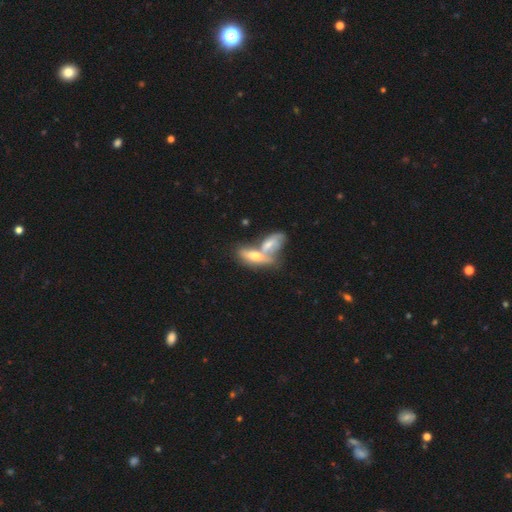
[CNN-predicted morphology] Overall: smooth (56%; featured or disk 36%). How rounded: in between (71%). Merging: merger (65%).